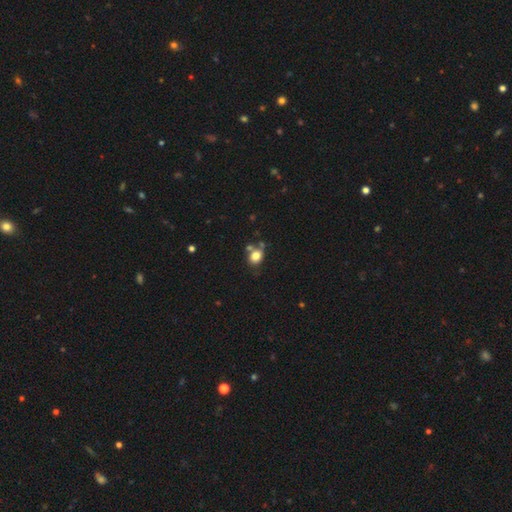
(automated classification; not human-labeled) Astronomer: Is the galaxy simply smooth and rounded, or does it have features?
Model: smooth — 80%.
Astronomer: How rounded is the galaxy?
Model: round — 56% (runner-up: in between, 43%).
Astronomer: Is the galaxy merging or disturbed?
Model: none — 59%.